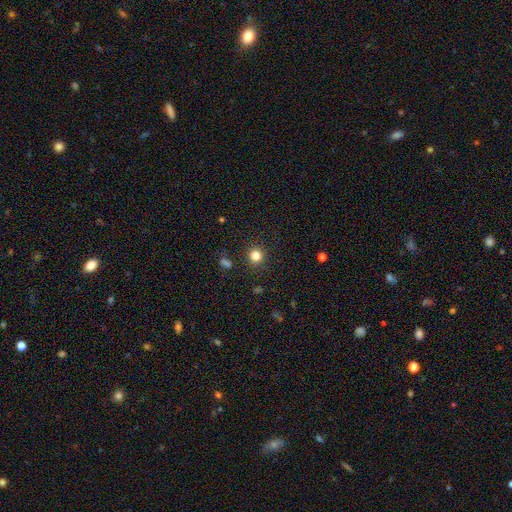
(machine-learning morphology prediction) Q: Smooth or featured?
A: smooth (82%); runner-up: star or artifact (14%)
Q: How rounded?
A: round (92%); runner-up: in between (7%)
Q: Merging?
A: none (90%); runner-up: minor disturbance (6%)